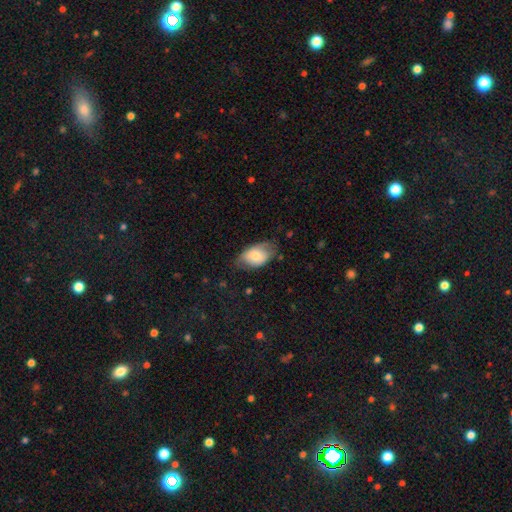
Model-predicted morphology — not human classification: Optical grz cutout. It shows a smooth galaxy with no disk features (69%) that is in between round and cigar-shaped (90%). Merging: none (61%).